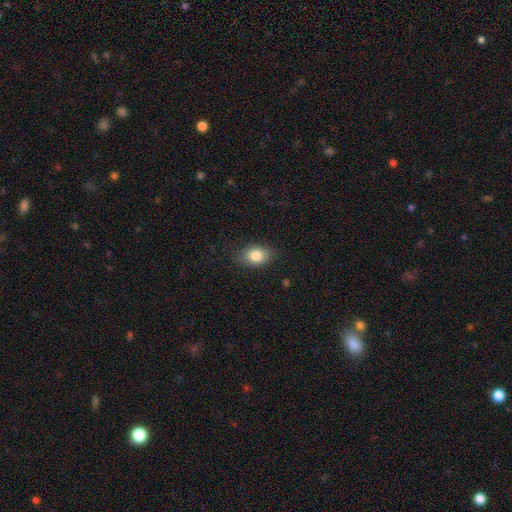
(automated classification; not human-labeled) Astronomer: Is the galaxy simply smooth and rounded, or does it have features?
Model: smooth — 83%.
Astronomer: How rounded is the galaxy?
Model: in between — 76%.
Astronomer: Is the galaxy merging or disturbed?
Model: none — 82%.